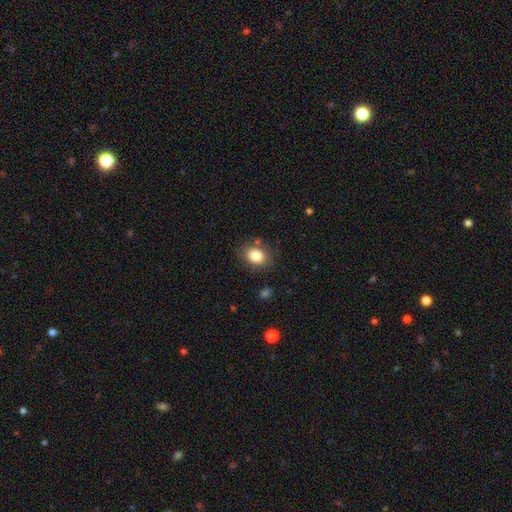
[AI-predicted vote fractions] The model was most divided on "how rounded": round: 53%, in between: 46%, cigar-shaped: 1%. More confident: smooth or featured — smooth (83%); merging — none (80%).